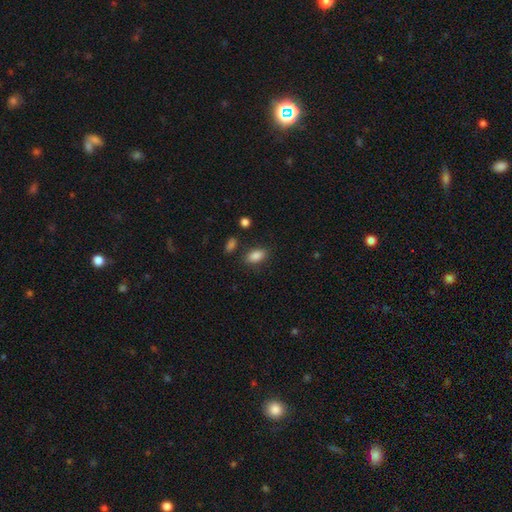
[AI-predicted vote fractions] Smooth or featured: smooth — 86% (star or artifact — 8%)
How rounded: in between — 89% (round — 8%)
Merging: none — 82% (minor disturbance — 12%)